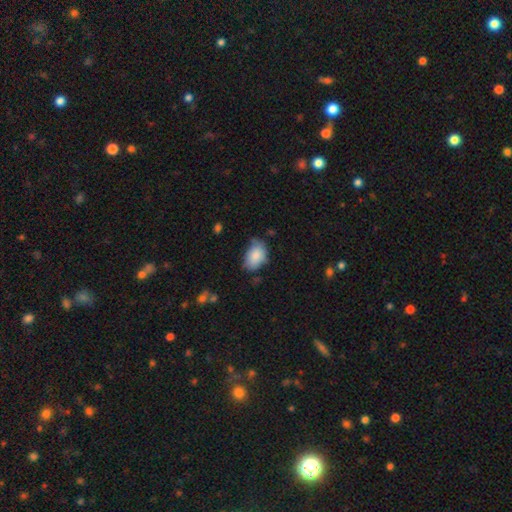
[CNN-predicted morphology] smooth_or_featured: smooth (p=0.85) [alt: featured or disk p=0.08]
how_rounded: in between (p=0.85) [alt: round p=0.13]
merging: none (p=0.50) [alt: minor disturbance p=0.38]